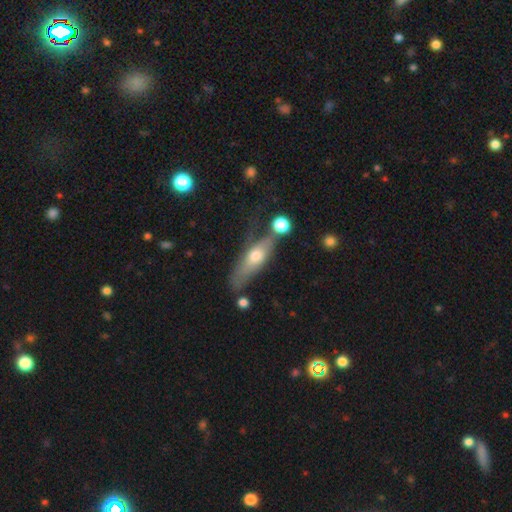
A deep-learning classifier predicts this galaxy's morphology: The model was most divided on "smooth or featured": smooth: 48%, featured or disk: 45%, star or artifact: 7%. More confident: merging — none (53%).